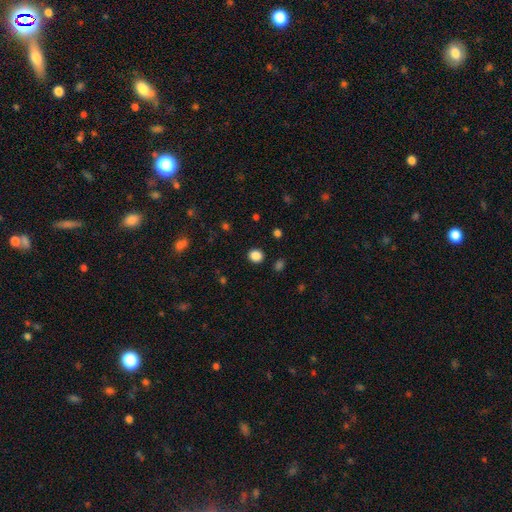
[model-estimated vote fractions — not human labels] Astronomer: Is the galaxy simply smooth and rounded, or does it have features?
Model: smooth — 86%.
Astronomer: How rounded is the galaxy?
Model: round — 76%.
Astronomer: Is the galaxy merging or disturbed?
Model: none — 91%.